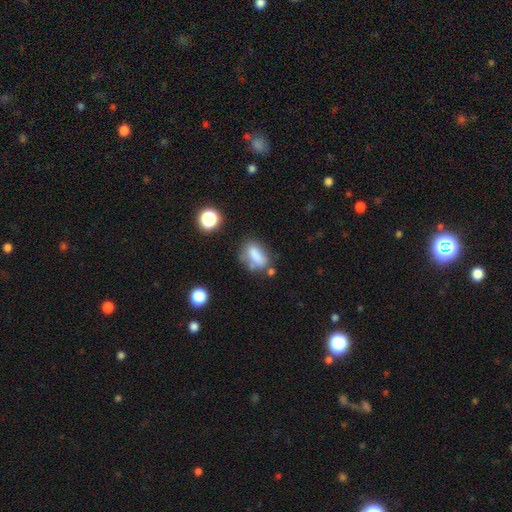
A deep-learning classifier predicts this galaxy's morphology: smooth-or-featured: smooth: 76% | featured or disk: 13% | star or artifact: 12%
  how-rounded: in between: 79% | cigar-shaped: 11% | round: 10%
  merging: none: 53% | minor disturbance: 24% | merger: 12% | major disturbance: 11%